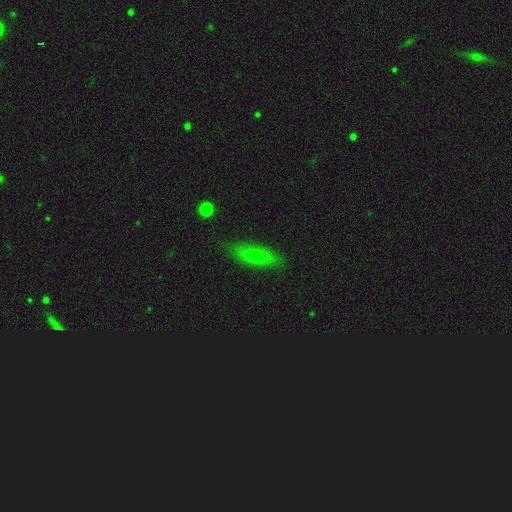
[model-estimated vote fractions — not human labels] The model was most divided on "how rounded": cigar-shaped: 55%, in between: 41%, round: 4%. More confident: merging — none (81%); smooth or featured — smooth (55%).